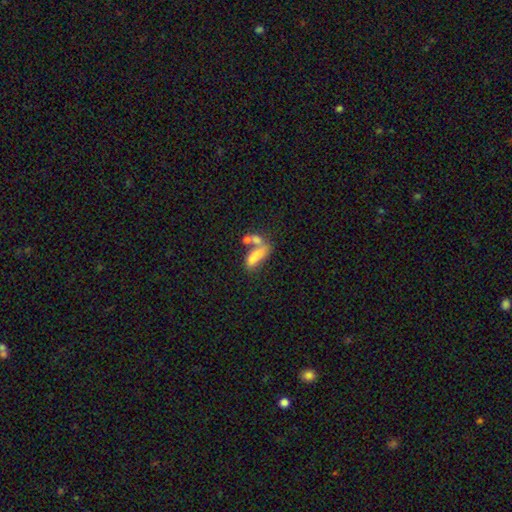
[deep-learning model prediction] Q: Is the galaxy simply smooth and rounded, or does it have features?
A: smooth — 61%.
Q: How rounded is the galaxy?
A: in between — 71%.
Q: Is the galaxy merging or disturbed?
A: merger — 57%.